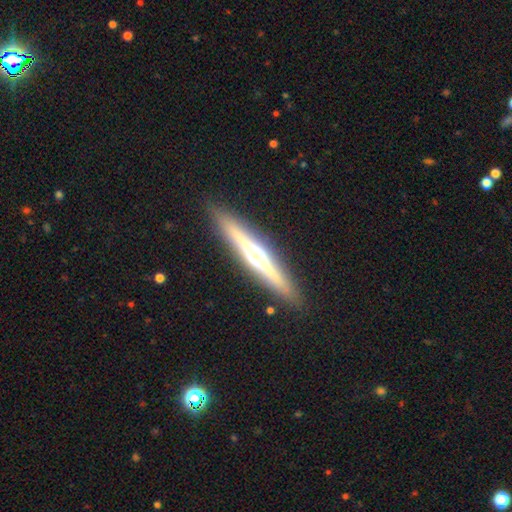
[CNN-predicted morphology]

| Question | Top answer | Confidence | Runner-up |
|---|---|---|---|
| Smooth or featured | featured or disk | 68% | smooth (25%) |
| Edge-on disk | yes | 96% | no (4%) |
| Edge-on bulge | rounded | 91% | boxy (5%) |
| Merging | none | 89% | minor disturbance (8%) |